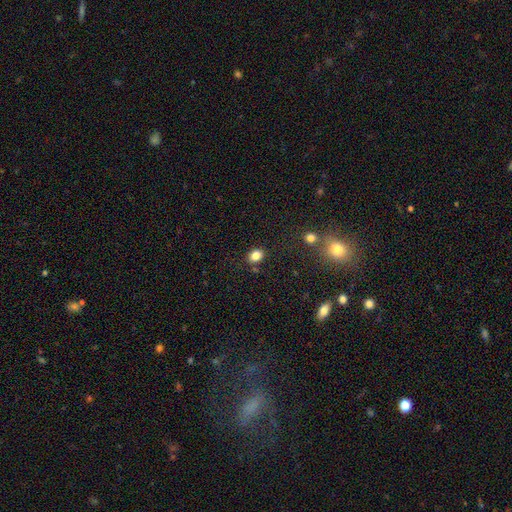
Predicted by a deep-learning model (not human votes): Smooth or featured?
  - smooth: 84% *
  - star or artifact: 11%
  - featured or disk: 5%
How rounded?
  - in between: 60% *
  - round: 39%
  - cigar-shaped: 1%
Merging?
  - none: 82% *
  - minor disturbance: 11%
  - merger: 4%
  - major disturbance: 3%